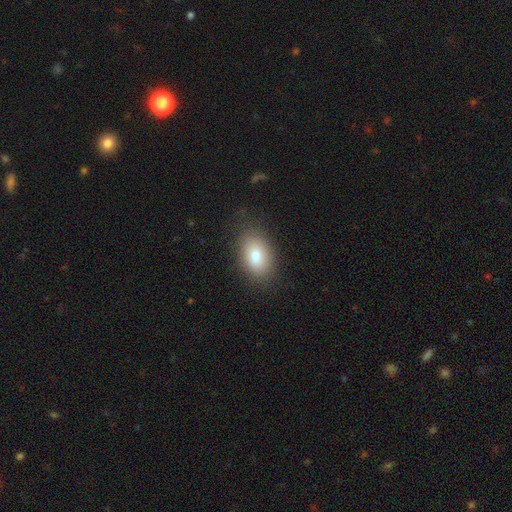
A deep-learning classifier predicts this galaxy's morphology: type=smooth (82%); roundness=in between (88%); merging=none (81%).